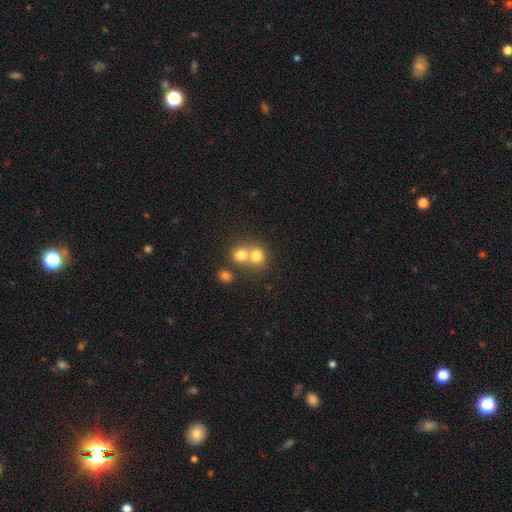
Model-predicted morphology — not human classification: Q: Smooth or featured?
A: smooth (75%); runner-up: star or artifact (13%)
Q: How rounded?
A: round (80%); runner-up: in between (19%)
Q: Merging?
A: merger (56%); runner-up: none (36%)